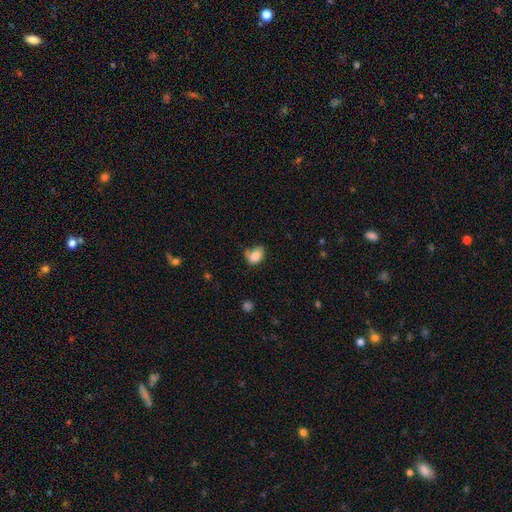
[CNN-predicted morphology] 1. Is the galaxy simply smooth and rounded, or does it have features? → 82% smooth, 9% featured or disk, 9% star or artifact.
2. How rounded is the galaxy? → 76% in between, 23% round, 1% cigar-shaped.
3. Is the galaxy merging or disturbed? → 44% none, 36% minor disturbance, 13% major disturbance, 7% merger.